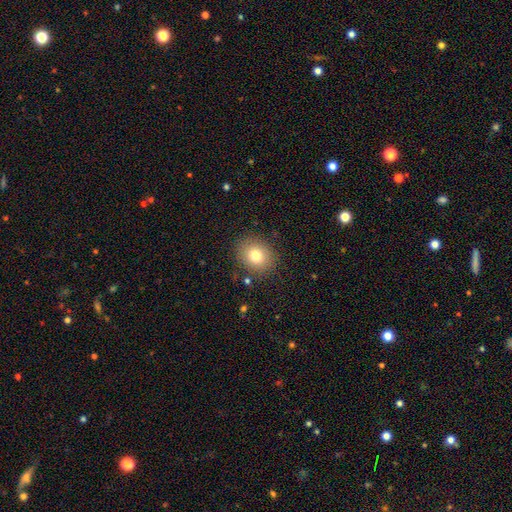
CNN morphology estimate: smooth-or-featured: smooth: 79% | featured or disk: 11% | star or artifact: 11%
  how-rounded: round: 62% | in between: 37% | cigar-shaped: 1%
  merging: none: 86% | minor disturbance: 10% | major disturbance: 3% | merger: 2%